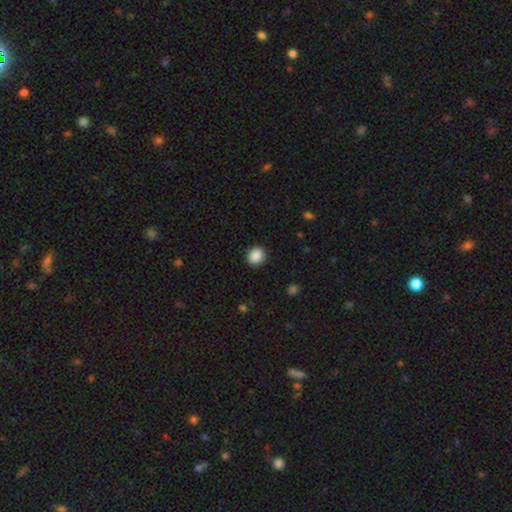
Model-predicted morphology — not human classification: This is clearly a smooth galaxy (88%). How rounded: likely round (76%). Merging: clearly none (91%).